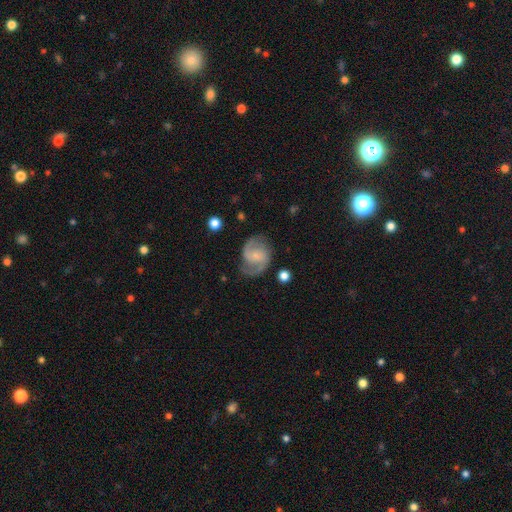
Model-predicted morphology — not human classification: This appears to be a featured or disk galaxy (84%) with no bar (49%), 2 (92%) medium (57%) spiral arms (97%) and a small central bulge (61%). Merging: none (78%).